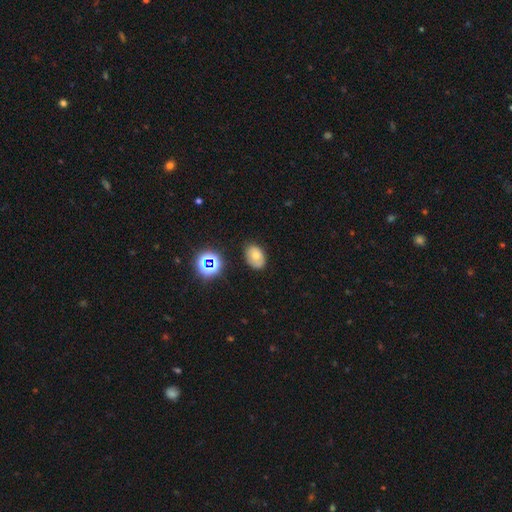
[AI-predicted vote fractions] A smooth galaxy with no disk features (66%) that is in between round and cigar-shaped (78%).

Vote fractions:
- Smooth or featured? smooth: 66% / featured or disk: 20% / star or artifact: 15%
- How rounded? in between: 78% / round: 21% / cigar-shaped: 1%
- Merging? none: 79% / minor disturbance: 16% / major disturbance: 3% / merger: 2%